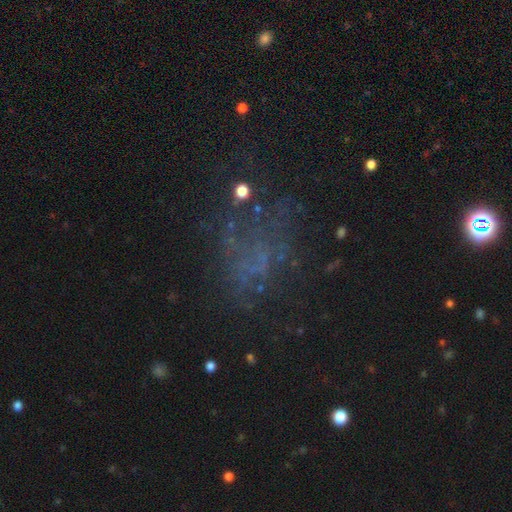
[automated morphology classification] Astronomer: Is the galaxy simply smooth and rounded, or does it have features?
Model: star or artifact — 41% (runner-up: featured or disk, 33%).